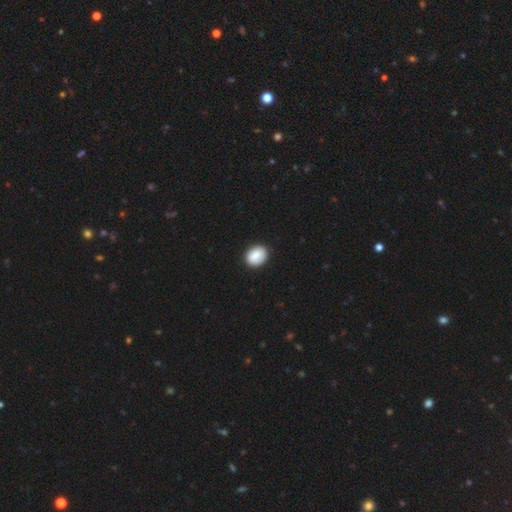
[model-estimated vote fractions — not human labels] Overall: smooth (86%). How rounded: in between (52%; round 47%). Merging: none (88%).